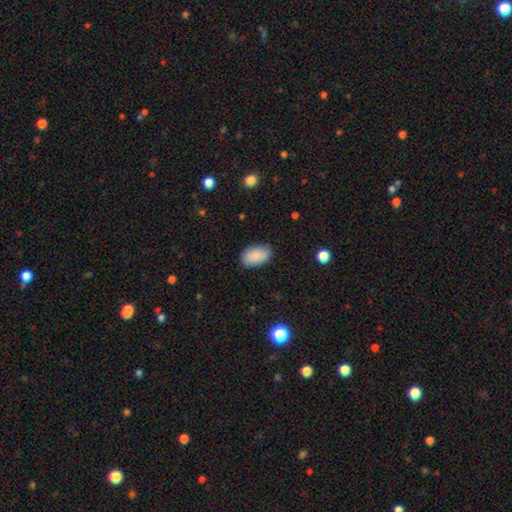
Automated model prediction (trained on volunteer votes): Overall: smooth (89%). How rounded: in between (93%). Merging: none (84%).